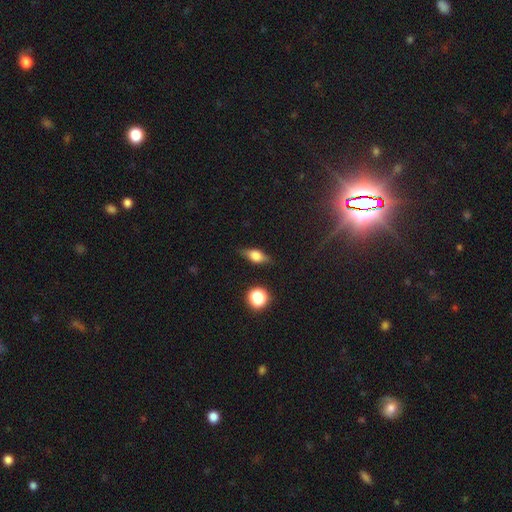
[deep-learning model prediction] Q: Smooth or featured?
A: smooth (50%); runner-up: featured or disk (40%)
Q: How rounded?
A: in between (63%); runner-up: cigar-shaped (22%)
Q: Merging?
A: none (79%); runner-up: minor disturbance (15%)